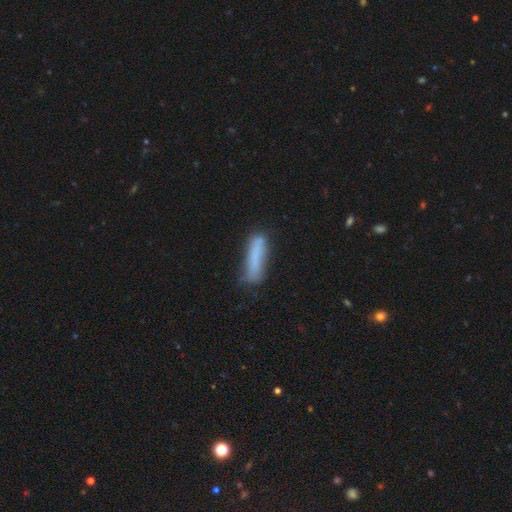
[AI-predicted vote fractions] smooth-or-featured: smooth: 76% | featured or disk: 16% | star or artifact: 9%
  how-rounded: cigar-shaped: 78% | in between: 21% | round: 2%
  merging: none: 64% | minor disturbance: 24% | major disturbance: 8% | merger: 4%